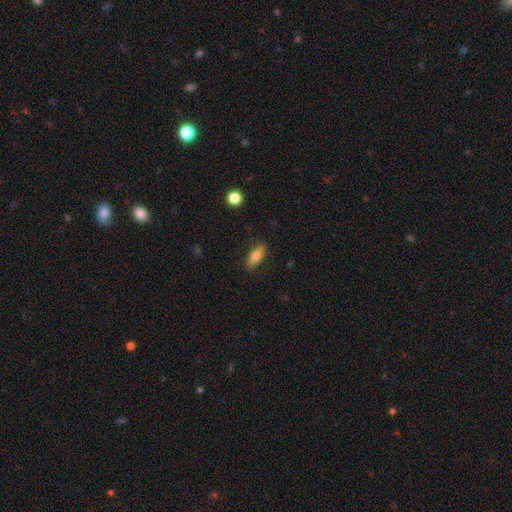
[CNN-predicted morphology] A smooth galaxy with no disk features (75%) that is in between round and cigar-shaped (77%). Merging: none (84%).